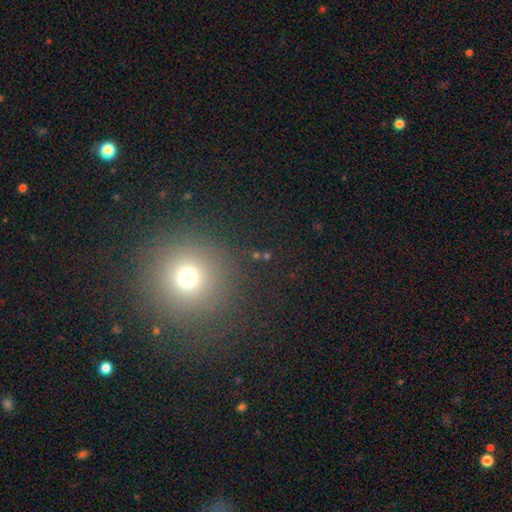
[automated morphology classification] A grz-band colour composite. It shows a smooth galaxy with no disk features (60%) that is round (91%). Merging: none (86%).